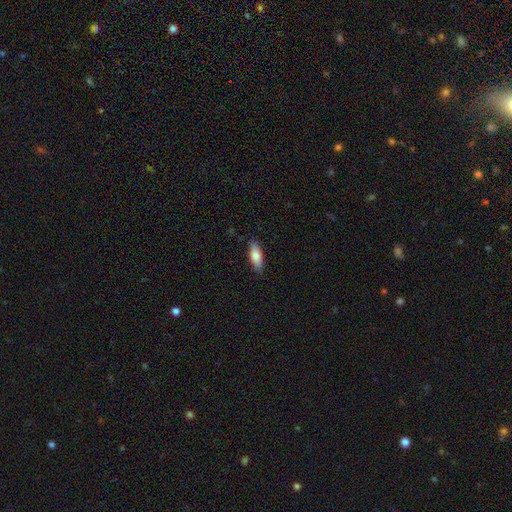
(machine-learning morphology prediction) Smooth or featured? Predicted: smooth (p=0.78). How rounded? Predicted: in between (p=0.68). Merging? Predicted: none (p=0.87).